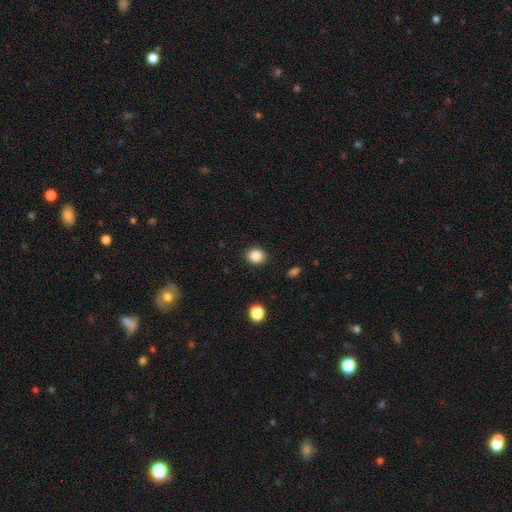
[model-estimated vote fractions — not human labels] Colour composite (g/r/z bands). It shows a smooth galaxy with no disk features (86%) that is round (67%). Merging: none (89%).